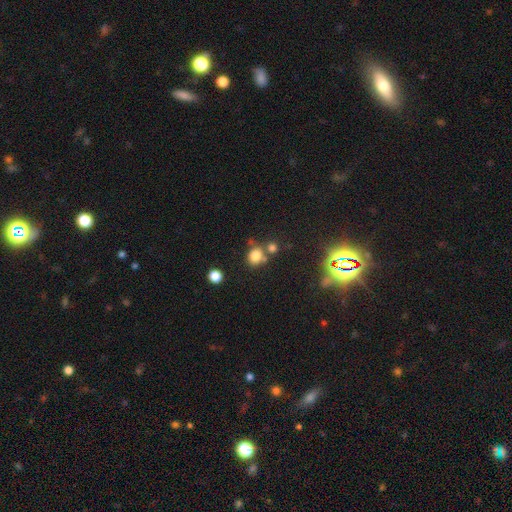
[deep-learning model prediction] smooth 78%, star or artifact 14%, featured or disk 7%. Down the decision tree: how rounded — round (70%); merging — none (57%).